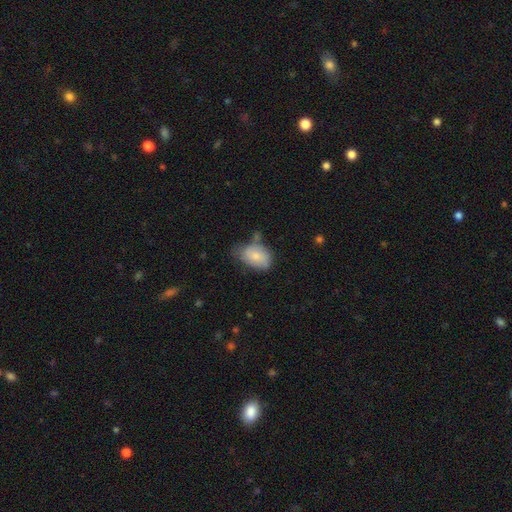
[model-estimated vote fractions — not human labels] The model was most divided on "merging": none: 44%, minor disturbance: 36%, major disturbance: 11%, merger: 10%. More confident: how rounded — in between (87%); smooth or featured — smooth (75%).